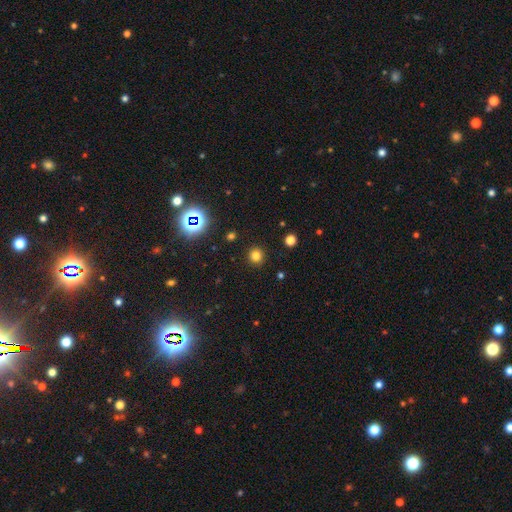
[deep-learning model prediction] smooth 77%, star or artifact 18%, featured or disk 5%. Down the decision tree: how rounded — round (93%); merging — none (92%).